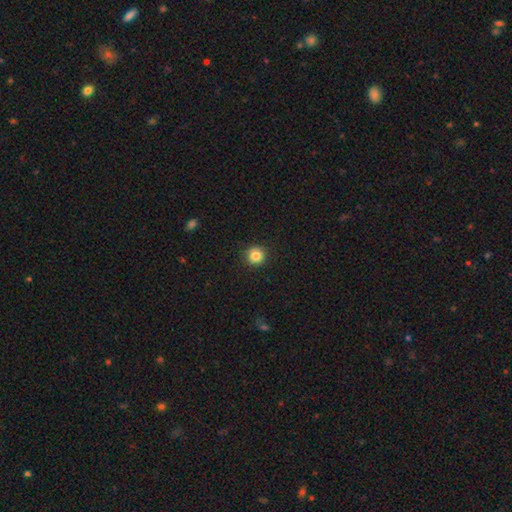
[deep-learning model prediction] Q: Smooth or featured?
A: smooth (85%); runner-up: star or artifact (10%)
Q: How rounded?
A: round (93%); runner-up: in between (6%)
Q: Merging?
A: none (89%); runner-up: minor disturbance (8%)